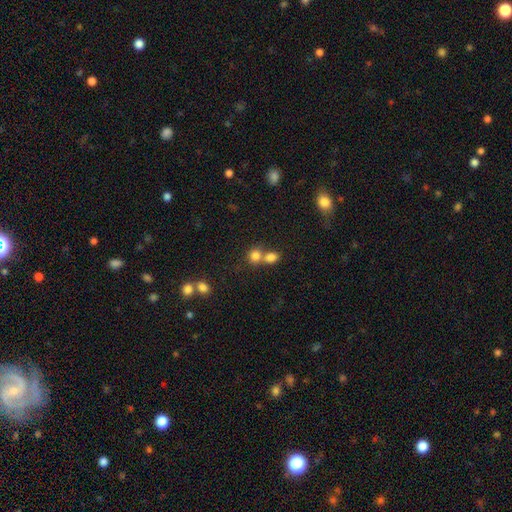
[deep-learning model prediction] smooth-or-featured: smooth: 80% | star or artifact: 12% | featured or disk: 8%
  how-rounded: round: 73% | in between: 26% | cigar-shaped: 1%
  merging: merger: 51% | none: 39% | minor disturbance: 7% | major disturbance: 3%